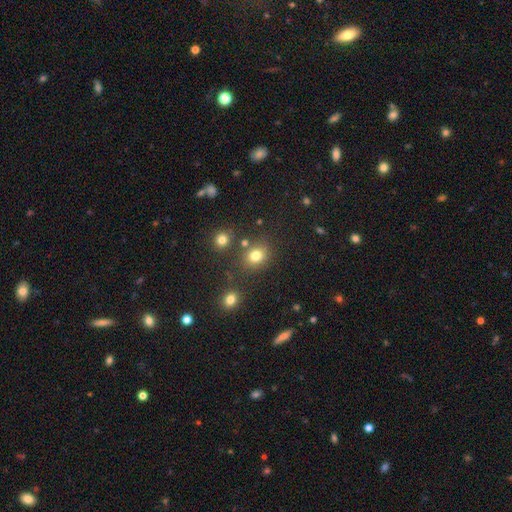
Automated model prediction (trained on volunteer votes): smooth 77%, star or artifact 16%, featured or disk 7%. Down the decision tree: how rounded — round (65%); merging — none (75%).